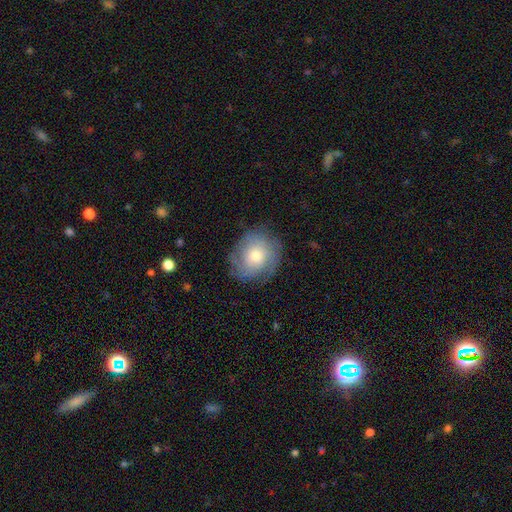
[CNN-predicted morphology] smooth_or_featured: smooth (p=0.46) [tied with: featured or disk p=0.46]
merging: none (p=0.76) [alt: minor disturbance p=0.17]